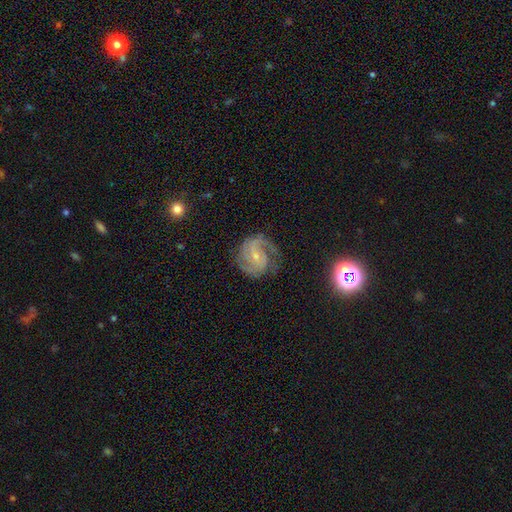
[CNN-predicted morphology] Overall: featured or disk (87%). Edge-on disk: no (98%). Bar: no (45%; weak 42%). Spiral arms: yes (98%). Spiral arm count: 2 (45%; 3 28%). Spiral winding: medium (48%; tight 41%). Bulge size: small (75%). Merging: none (73%).